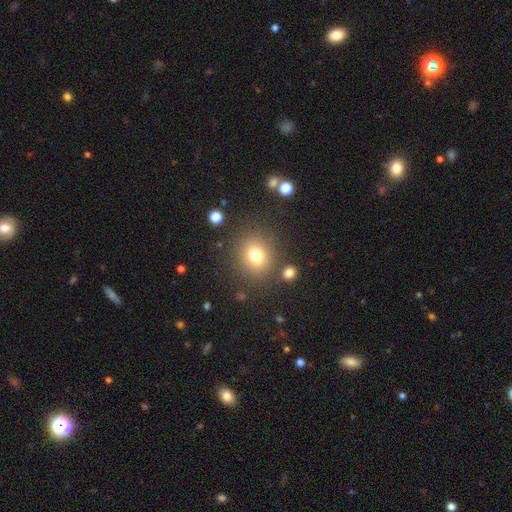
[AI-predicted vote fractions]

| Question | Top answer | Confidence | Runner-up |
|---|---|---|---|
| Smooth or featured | smooth | 76% | star or artifact (14%) |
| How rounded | round | 79% | in between (20%) |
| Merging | none | 82% | minor disturbance (9%) |